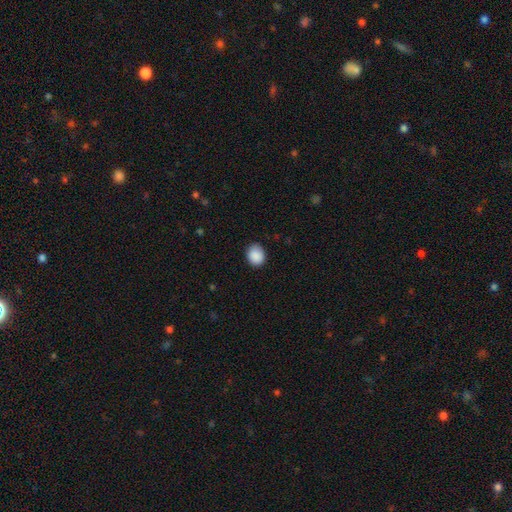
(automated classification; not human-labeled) smooth_or_featured: smooth (p=0.90) [alt: star or artifact p=0.07]
how_rounded: round (p=0.58) [alt: in between p=0.41]
merging: none (p=0.85) [alt: minor disturbance p=0.12]